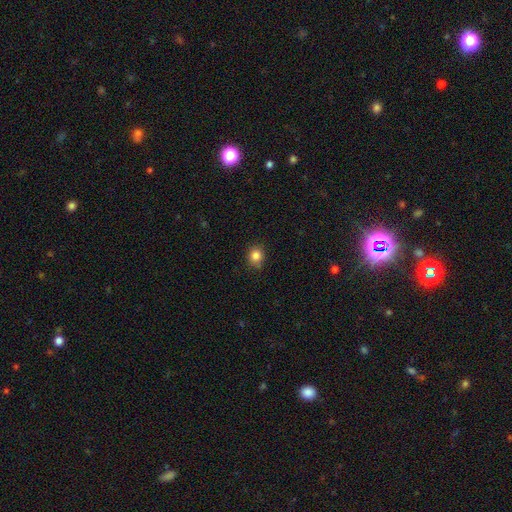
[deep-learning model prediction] smooth_or_featured: smooth (p=0.84) [alt: star or artifact p=0.11]
how_rounded: round (p=0.72) [alt: in between p=0.27]
merging: none (p=0.81) [alt: minor disturbance p=0.15]